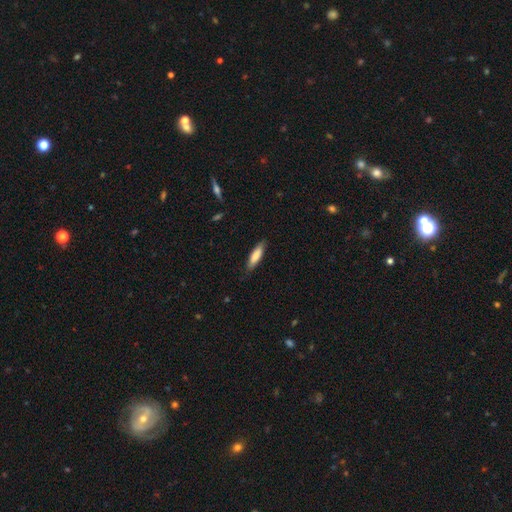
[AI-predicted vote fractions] Morphology: type=smooth (80%); roundness=cigar-shaped (65%); merging=none (85%).